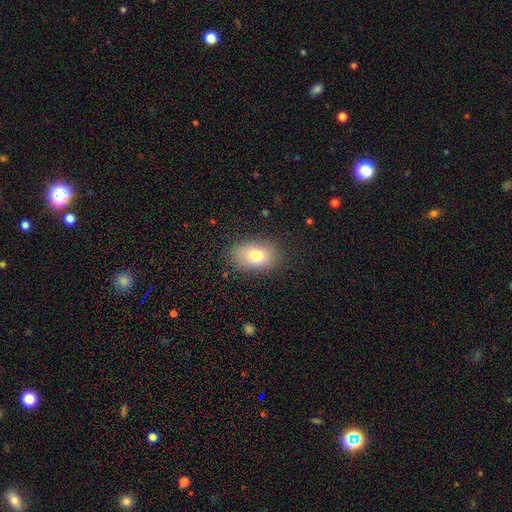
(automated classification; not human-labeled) smooth-or-featured: smooth: 78% | featured or disk: 13% | star or artifact: 10%
  how-rounded: in between: 82% | round: 16% | cigar-shaped: 1%
  merging: none: 83% | minor disturbance: 12% | major disturbance: 4% | merger: 1%